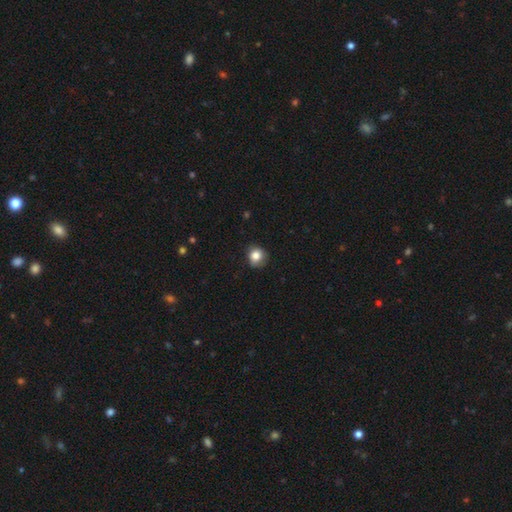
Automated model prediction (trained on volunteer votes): This appears to be a smooth galaxy with no disk features (82%) that is round (81%). Merging: none (74%).